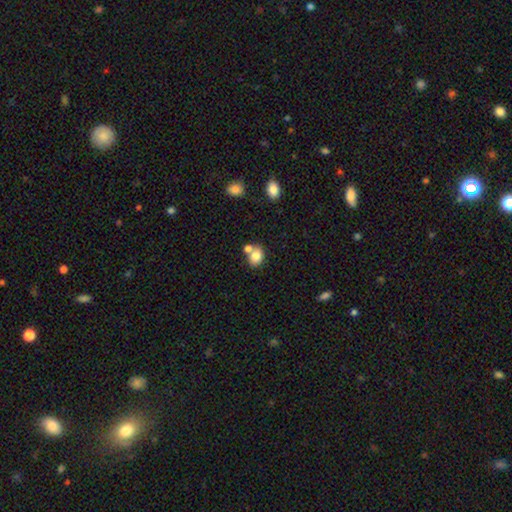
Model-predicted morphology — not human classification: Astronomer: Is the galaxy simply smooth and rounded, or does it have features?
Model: smooth — 80%.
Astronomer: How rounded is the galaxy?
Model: in between — 58% (runner-up: round, 41%).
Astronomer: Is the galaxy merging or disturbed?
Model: none — 51% (runner-up: merger, 34%).